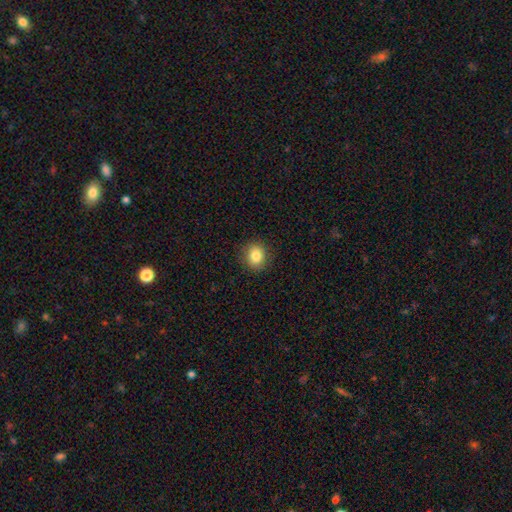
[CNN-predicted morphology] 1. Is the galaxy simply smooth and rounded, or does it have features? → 84% smooth, 10% star or artifact, 7% featured or disk.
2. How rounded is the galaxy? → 78% round, 21% in between, 1% cigar-shaped.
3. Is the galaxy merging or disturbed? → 90% none, 7% minor disturbance, 2% major disturbance, 1% merger.